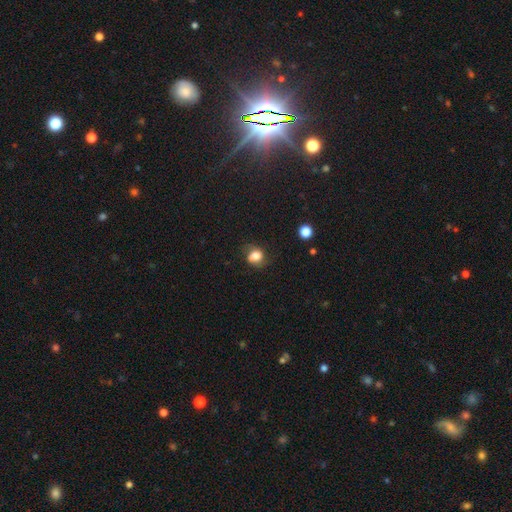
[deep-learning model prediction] Smooth or featured? Predicted: smooth (p=0.75). How rounded? Predicted: round (p=0.62). Merging? Predicted: none (p=0.65).